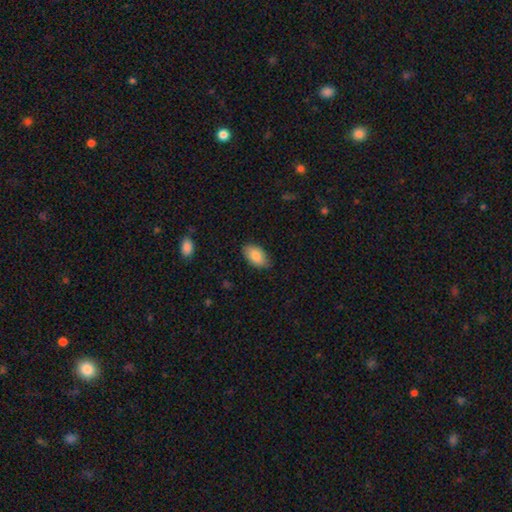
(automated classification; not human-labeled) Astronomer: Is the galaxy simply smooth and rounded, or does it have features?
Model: smooth — 85%.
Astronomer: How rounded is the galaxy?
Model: in between — 94%.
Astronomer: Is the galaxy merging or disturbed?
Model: none — 83%.